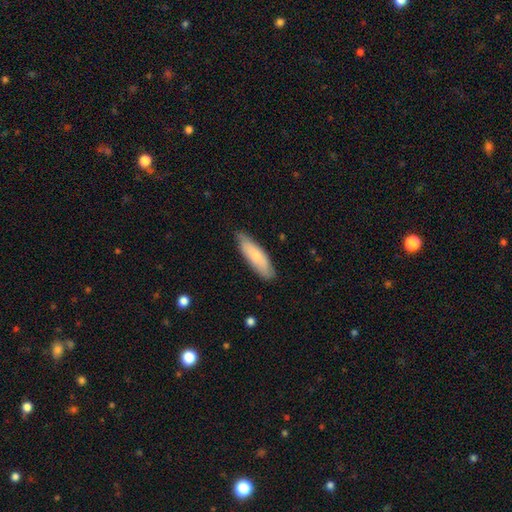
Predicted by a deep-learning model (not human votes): Smooth or featured: smooth — 70% (featured or disk — 25%)
How rounded: cigar-shaped — 53% (in between — 46%)
Merging: none — 80% (minor disturbance — 16%)